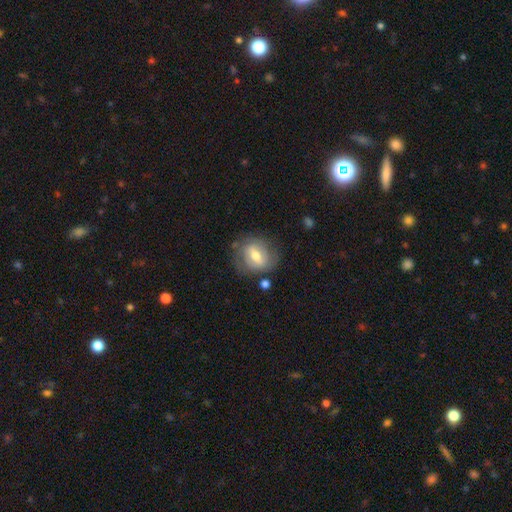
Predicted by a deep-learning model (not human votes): smooth-or-featured: featured or disk: 47% | smooth: 45% | star or artifact: 7%
  merging: none: 69% | minor disturbance: 19% | major disturbance: 8% | merger: 4%